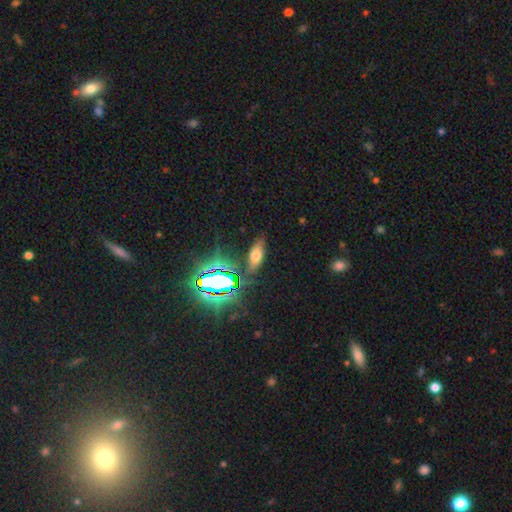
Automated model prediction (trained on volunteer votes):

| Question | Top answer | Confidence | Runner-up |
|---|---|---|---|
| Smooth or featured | smooth | 54% | star or artifact (27%) |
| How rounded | in between | 71% | cigar-shaped (23%) |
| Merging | none | 77% | minor disturbance (15%) |